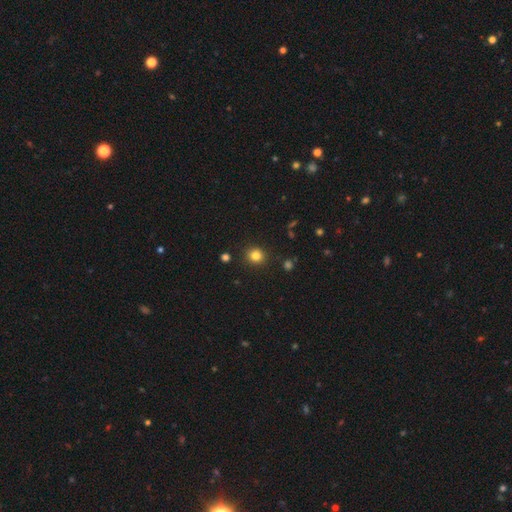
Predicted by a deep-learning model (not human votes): The model was most divided on "smooth or featured": smooth: 82%, star or artifact: 13%, featured or disk: 5%. More confident: merging — none (90%); how rounded — round (88%).